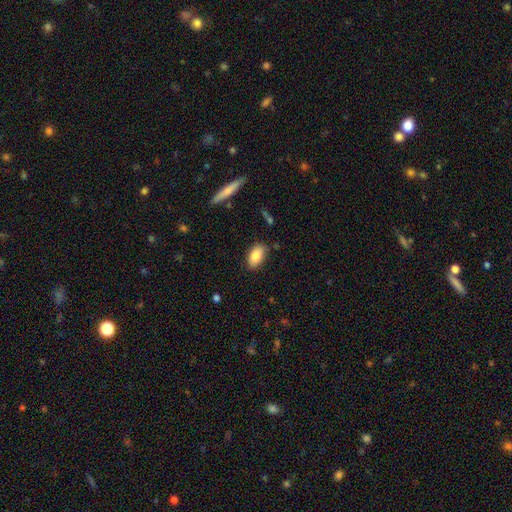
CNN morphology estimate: A smooth galaxy with no disk features (84%) that is in between round and cigar-shaped (92%).

Vote fractions:
- Smooth or featured? smooth: 84% / featured or disk: 9% / star or artifact: 7%
- How rounded? in between: 92% / round: 5% / cigar-shaped: 4%
- Merging? none: 82% / minor disturbance: 13% / major disturbance: 3% / merger: 2%